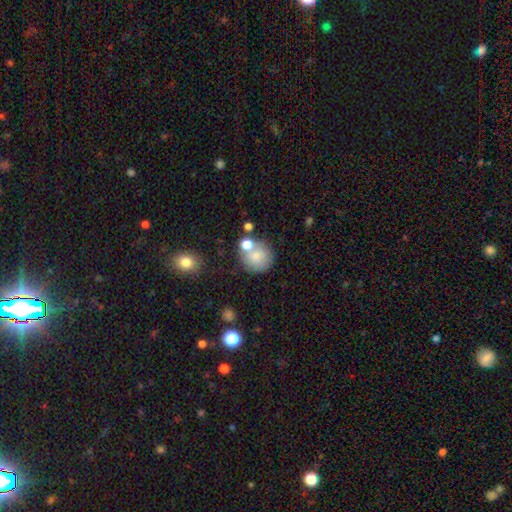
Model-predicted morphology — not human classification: Overall: smooth (74%). How rounded: round (87%). Merging: none (57%; merger 21%).